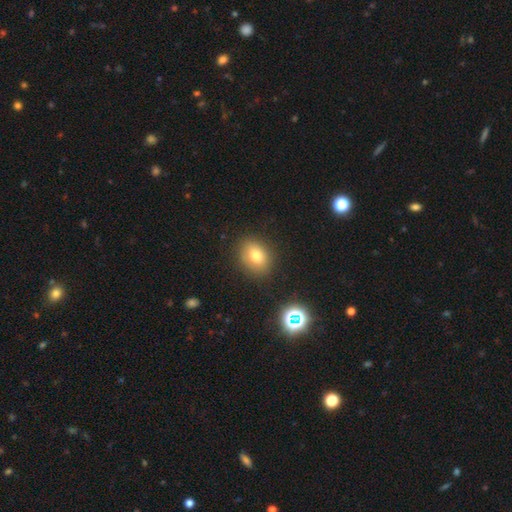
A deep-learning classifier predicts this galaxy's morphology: smooth_or_featured: smooth (p=0.76) [alt: star or artifact p=0.14]
how_rounded: in between (p=0.59) [alt: round p=0.40]
merging: none (p=0.86) [alt: minor disturbance p=0.10]